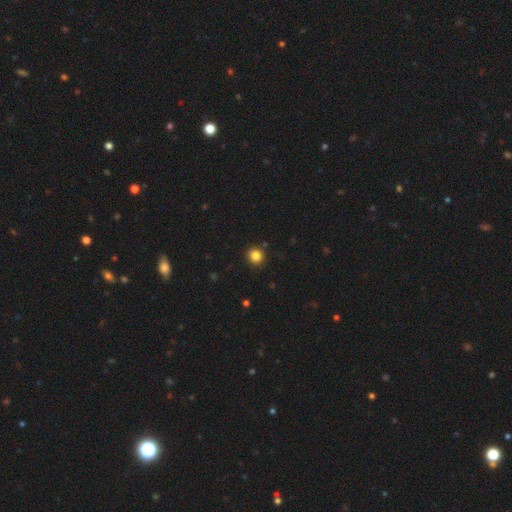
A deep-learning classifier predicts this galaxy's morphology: Smooth or featured?
  - smooth: 84% *
  - star or artifact: 12%
  - featured or disk: 4%
How rounded?
  - round: 90% *
  - in between: 9%
  - cigar-shaped: 1%
Merging?
  - none: 90% *
  - minor disturbance: 7%
  - major disturbance: 2%
  - merger: 2%